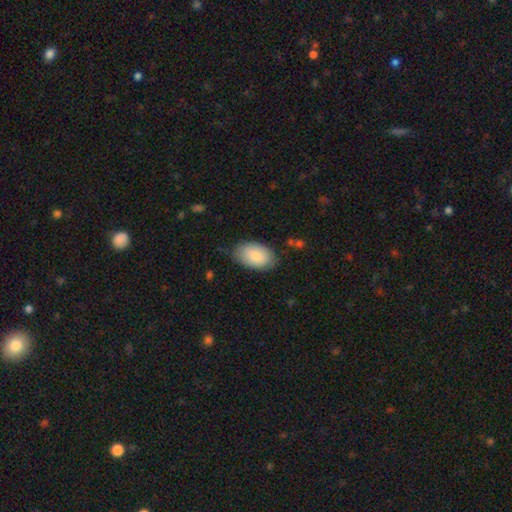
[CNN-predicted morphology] Smooth or featured? smooth (81%)
How rounded? in between (92%)
Merging? none (79%)